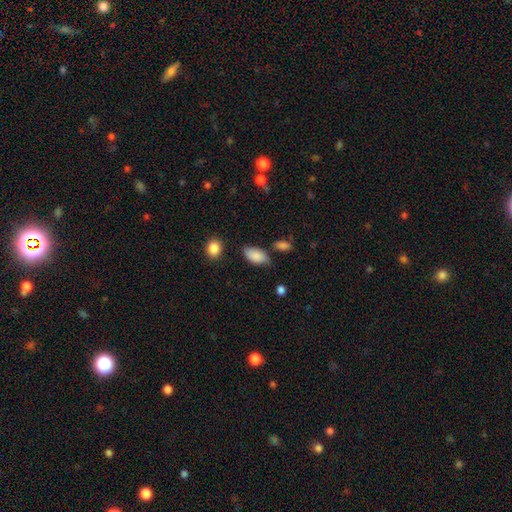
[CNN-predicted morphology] type=smooth (84%); roundness=in between (93%); merging=none (67%).